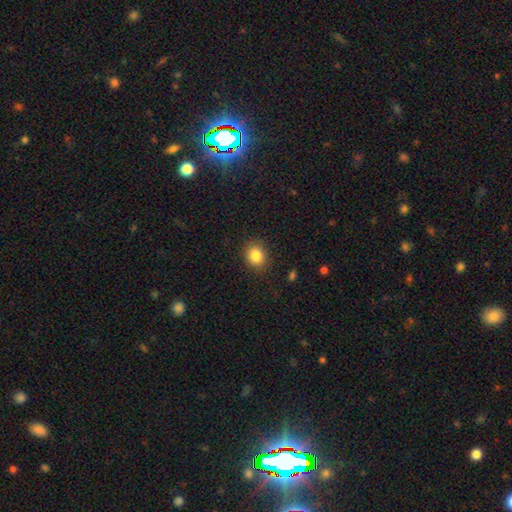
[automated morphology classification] type=smooth (85%); roundness=round (69%); merging=none (87%).